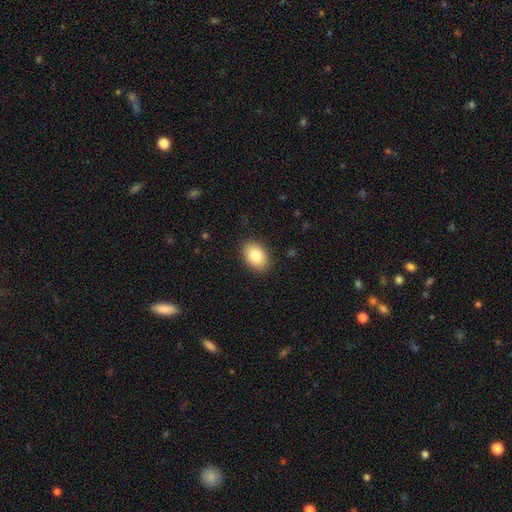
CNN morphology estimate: Overall: smooth (82%). How rounded: in between (82%). Merging: none (88%).